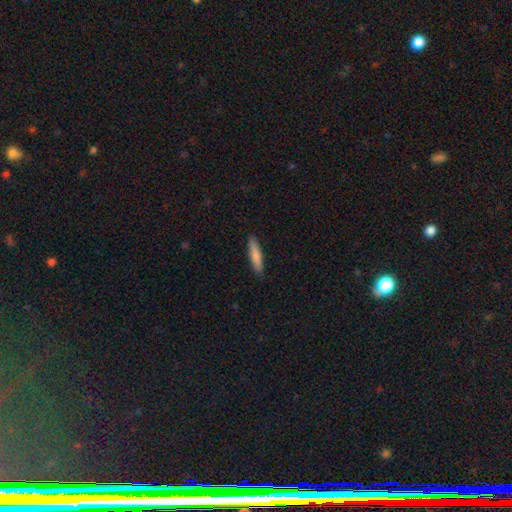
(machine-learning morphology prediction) smooth_or_featured: smooth (p=0.83) [alt: featured or disk p=0.11]
how_rounded: cigar-shaped (p=0.82) [alt: in between p=0.17]
merging: none (p=0.90) [alt: minor disturbance p=0.08]